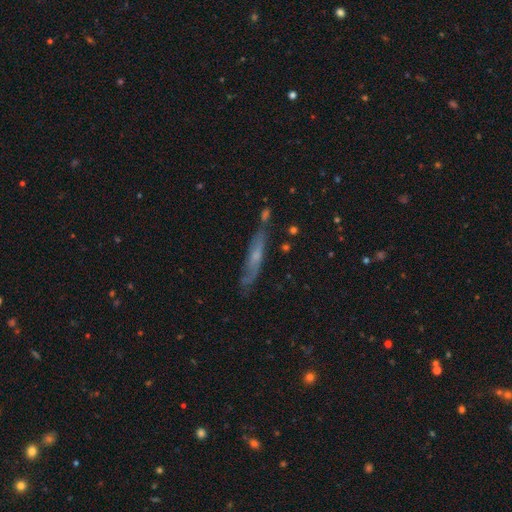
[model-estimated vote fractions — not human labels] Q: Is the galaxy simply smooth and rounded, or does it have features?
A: featured or disk — 57%.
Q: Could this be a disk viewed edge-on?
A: yes — 70%.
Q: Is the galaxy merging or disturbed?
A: none — 69%.